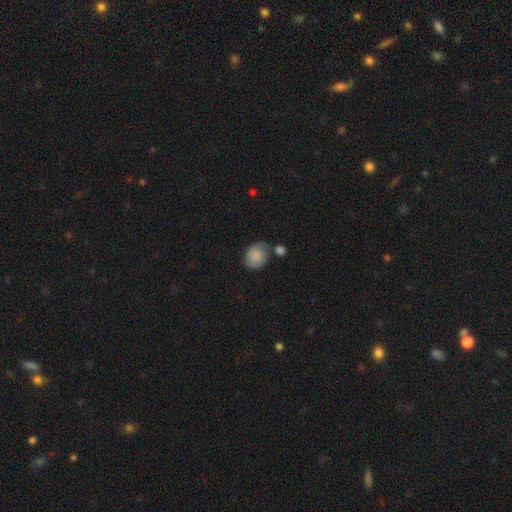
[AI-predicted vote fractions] Smooth or featured?
  - smooth: 75% *
  - featured or disk: 17%
  - star or artifact: 8%
How rounded?
  - round: 51% *
  - in between: 48%
  - cigar-shaped: 1%
Merging?
  - none: 55% *
  - minor disturbance: 23%
  - merger: 14%
  - major disturbance: 8%